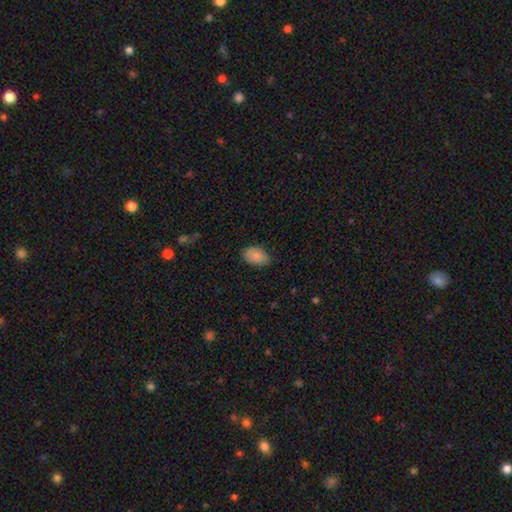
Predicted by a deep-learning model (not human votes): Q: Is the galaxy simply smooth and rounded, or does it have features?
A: smooth — 84%.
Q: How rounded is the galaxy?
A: in between — 89%.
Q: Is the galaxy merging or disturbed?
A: none — 79%.